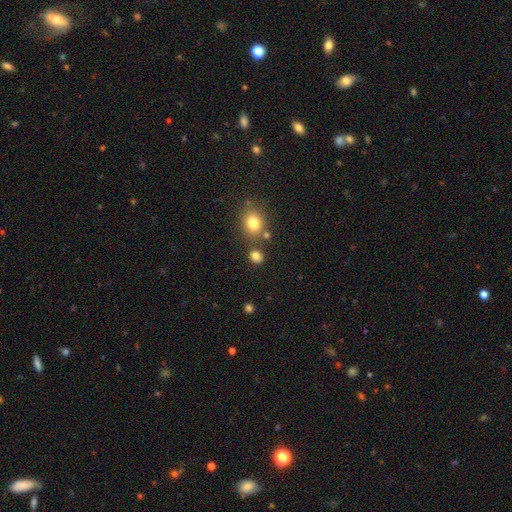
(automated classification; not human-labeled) smooth_or_featured: smooth (p=0.80) [alt: star or artifact p=0.14]
how_rounded: round (p=0.77) [alt: in between p=0.22]
merging: none (p=0.76) [alt: merger p=0.11]